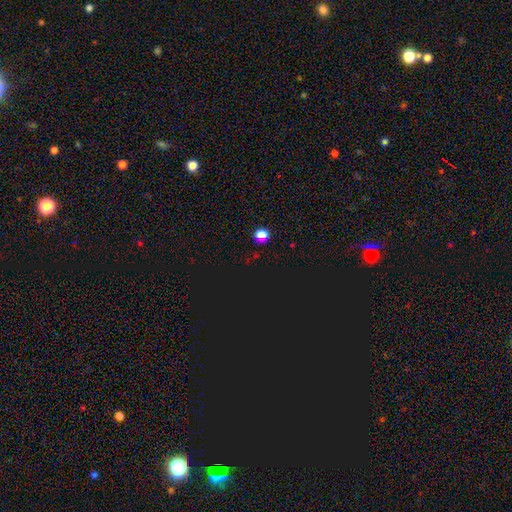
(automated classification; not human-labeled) Smooth or featured?
  - star or artifact: 63% *
  - smooth: 31%
  - featured or disk: 6%